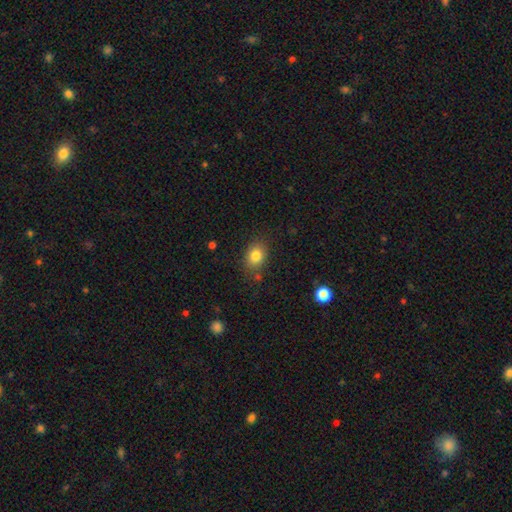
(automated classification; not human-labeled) Smooth or featured: smooth — 82% (star or artifact — 10%)
How rounded: in between — 65% (round — 34%)
Merging: none — 79% (minor disturbance — 14%)